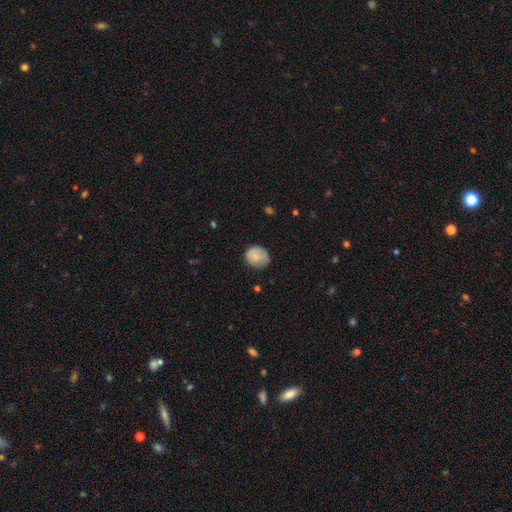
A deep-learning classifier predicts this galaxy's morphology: This appears to be a smooth galaxy with no disk features (76%) that is round (71%). Merging: none (64%).